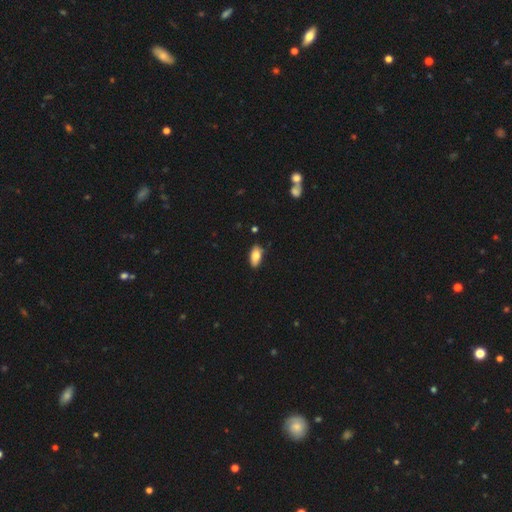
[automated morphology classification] smooth-or-featured: smooth: 83% | featured or disk: 11% | star or artifact: 7%
  how-rounded: in between: 90% | cigar-shaped: 7% | round: 3%
  merging: none: 84% | minor disturbance: 13% | major disturbance: 2% | merger: 1%